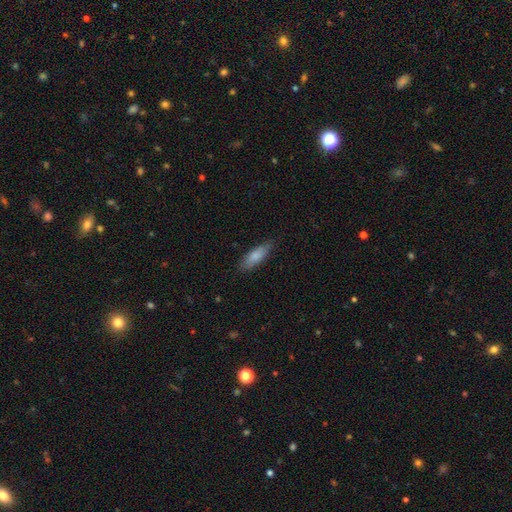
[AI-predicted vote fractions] The model was most divided on "how rounded": in between: 58%, cigar-shaped: 40%, round: 2%. More confident: smooth or featured — smooth (80%); merging — none (77%).